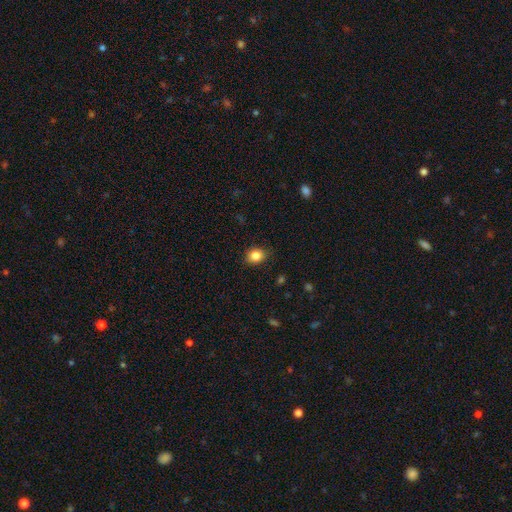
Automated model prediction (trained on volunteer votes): The model was most divided on "how rounded": round: 55%, in between: 44%, cigar-shaped: 1%. More confident: merging — none (85%); smooth or featured — smooth (85%).